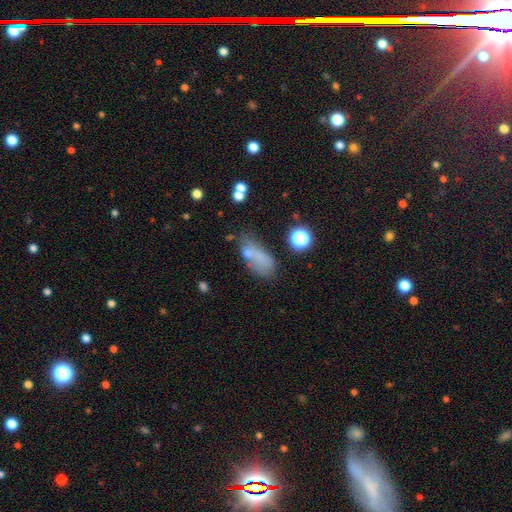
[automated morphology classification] smooth_or_featured: smooth (p=0.63) [alt: featured or disk p=0.19]
how_rounded: in between (p=0.79) [alt: cigar-shaped p=0.13]
merging: none (p=0.39) [alt: minor disturbance p=0.27]